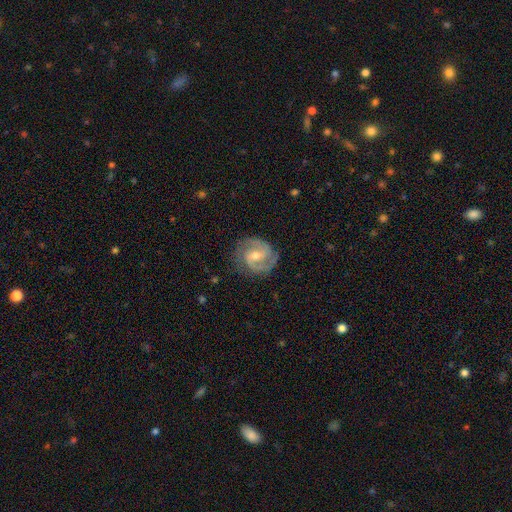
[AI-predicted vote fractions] Q: Smooth or featured?
A: featured or disk (88%); runner-up: smooth (7%)
Q: Edge-on disk?
A: no (98%); runner-up: yes (2%)
Q: Bar?
A: weak (50%); runner-up: no (32%)
Q: Spiral arms?
A: yes (97%); runner-up: no (3%)
Q: Spiral winding?
A: medium (50%); runner-up: tight (40%)
Q: Spiral arm count?
A: 2 (85%); runner-up: 3 (6%)
Q: Bulge size?
A: moderate (49%); runner-up: small (47%)
Q: Merging?
A: none (81%); runner-up: minor disturbance (14%)